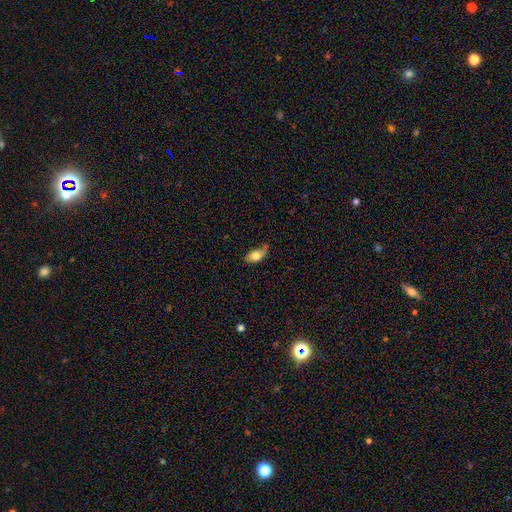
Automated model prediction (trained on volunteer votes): smooth_or_featured: smooth (p=0.77) [alt: featured or disk p=0.16]
how_rounded: in between (p=0.89) [alt: round p=0.07]
merging: none (p=0.50) [alt: minor disturbance p=0.36]